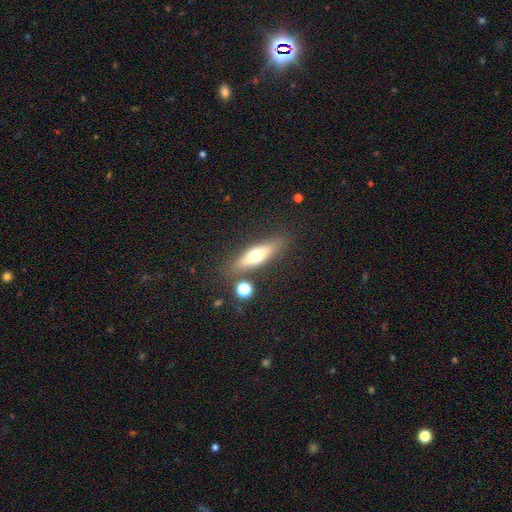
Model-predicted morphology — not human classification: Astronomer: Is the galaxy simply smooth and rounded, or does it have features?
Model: smooth — 53% (runner-up: featured or disk, 39%).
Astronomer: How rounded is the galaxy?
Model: cigar-shaped — 63%.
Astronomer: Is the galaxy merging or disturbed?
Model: none — 81%.